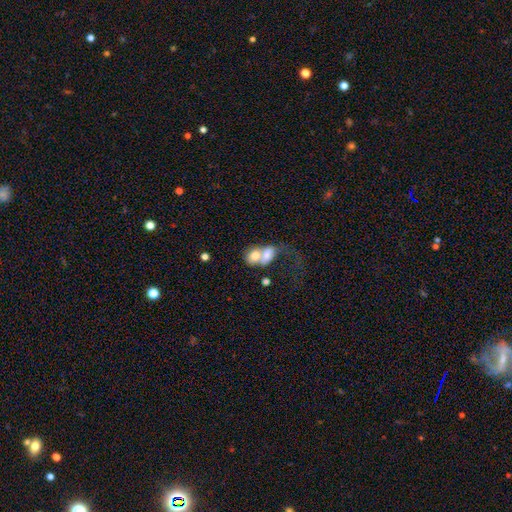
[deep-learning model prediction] This appears to be a smooth galaxy with no disk features (64%) that is in between round and cigar-shaped (59%). Merging: merger (76%).